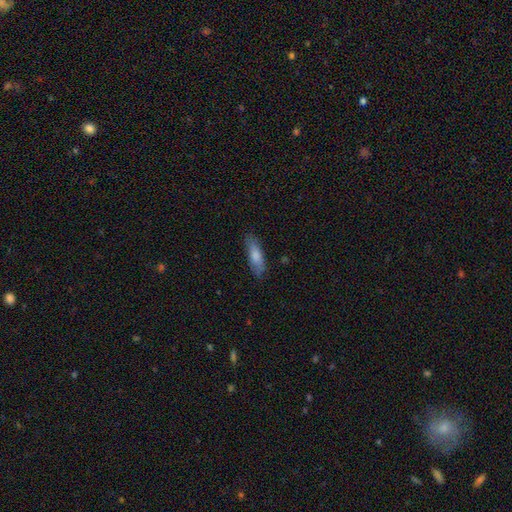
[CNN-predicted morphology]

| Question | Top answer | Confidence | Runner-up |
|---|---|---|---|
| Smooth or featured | smooth | 78% | featured or disk (17%) |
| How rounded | cigar-shaped | 51% | in between (47%) |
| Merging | none | 78% | minor disturbance (17%) |